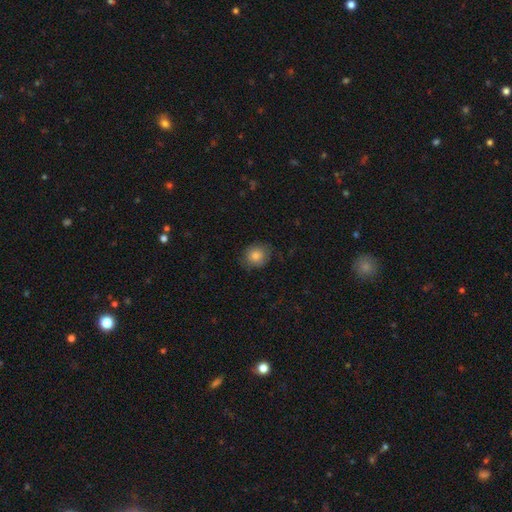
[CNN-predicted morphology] This appears to be a smooth galaxy with no disk features (82%) that is round (79%). Merging: none (77%).